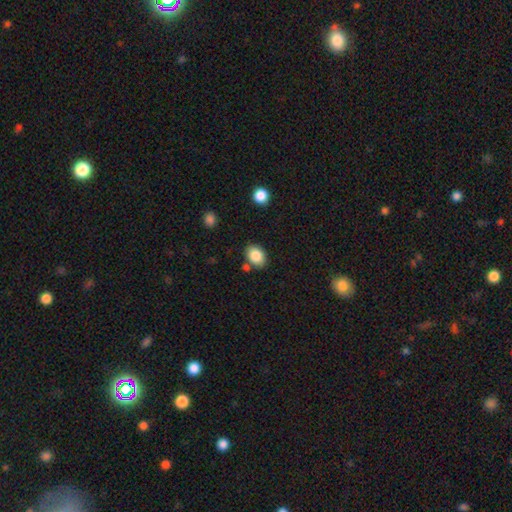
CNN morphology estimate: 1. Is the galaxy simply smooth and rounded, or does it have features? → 86% smooth, 8% star or artifact, 6% featured or disk.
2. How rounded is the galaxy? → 65% in between, 35% round, 1% cigar-shaped.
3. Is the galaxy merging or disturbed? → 78% none, 12% minor disturbance, 7% merger, 3% major disturbance.